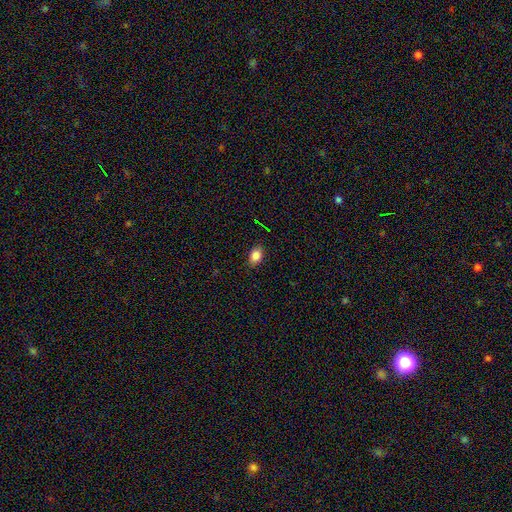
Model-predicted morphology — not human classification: Q: Smooth or featured?
A: smooth (84%); runner-up: star or artifact (10%)
Q: How rounded?
A: in between (76%); runner-up: round (23%)
Q: Merging?
A: none (85%); runner-up: minor disturbance (12%)